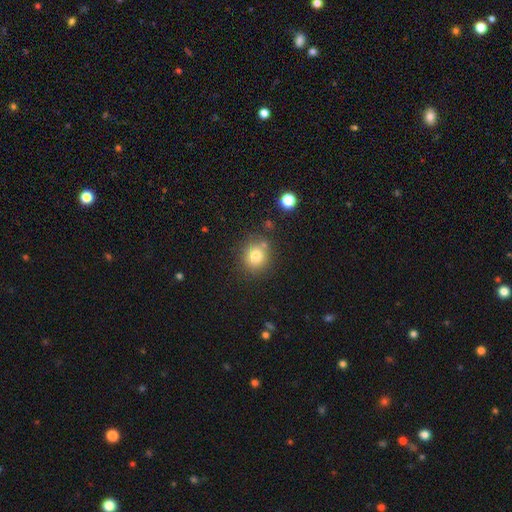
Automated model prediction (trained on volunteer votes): This is likely a smooth galaxy (80%). How rounded: clearly round (85%). Merging: likely none (78%).